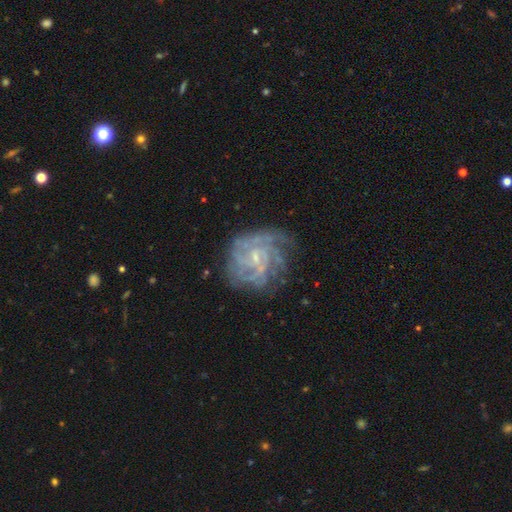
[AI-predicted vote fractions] Overall: featured or disk (73%). Edge-on disk: no (97%). Bar: no (55%; weak 36%). Spiral arms: yes (93%). Spiral arm count: can't tell (36%; 4 18%). Spiral winding: tight (59%; medium 31%). Bulge size: small (73%). Merging: none (74%).